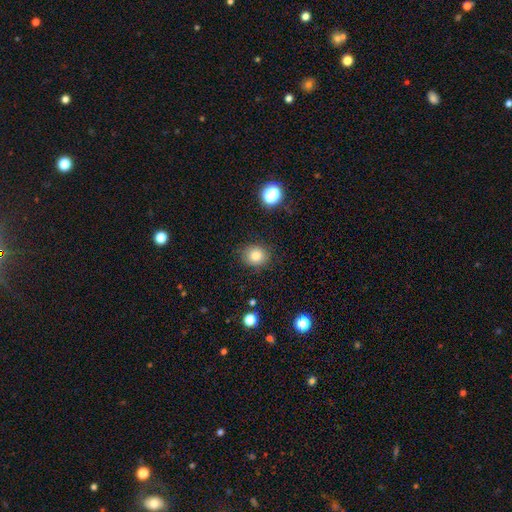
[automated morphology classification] type=smooth (81%); roundness=round (79%); merging=none (87%).